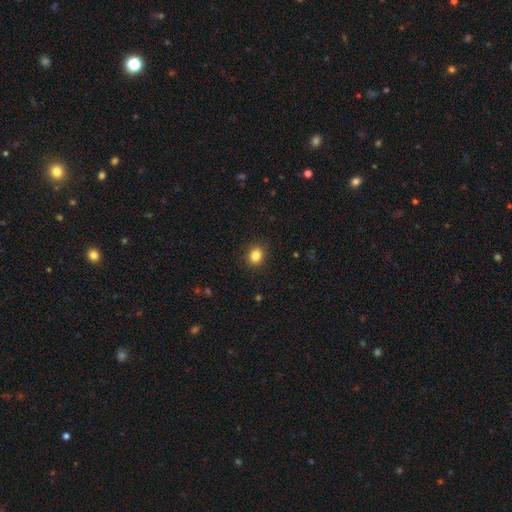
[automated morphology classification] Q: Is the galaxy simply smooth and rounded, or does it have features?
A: smooth — 84%.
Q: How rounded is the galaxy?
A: round — 73%.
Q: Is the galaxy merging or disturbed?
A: none — 90%.